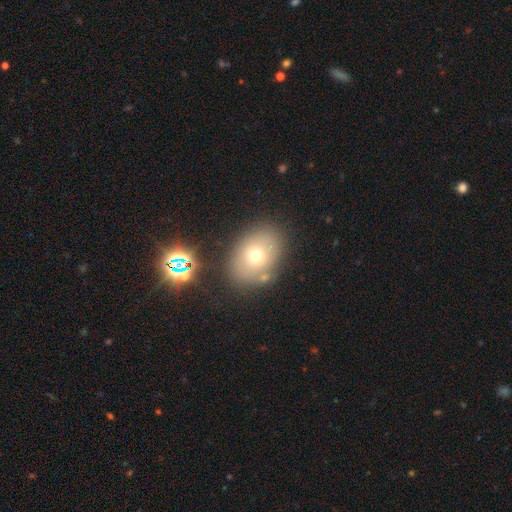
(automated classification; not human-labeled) smooth_or_featured: smooth (p=0.65) [alt: featured or disk p=0.19]
how_rounded: in between (p=0.69) [alt: round p=0.30]
merging: none (p=0.76) [alt: minor disturbance p=0.12]